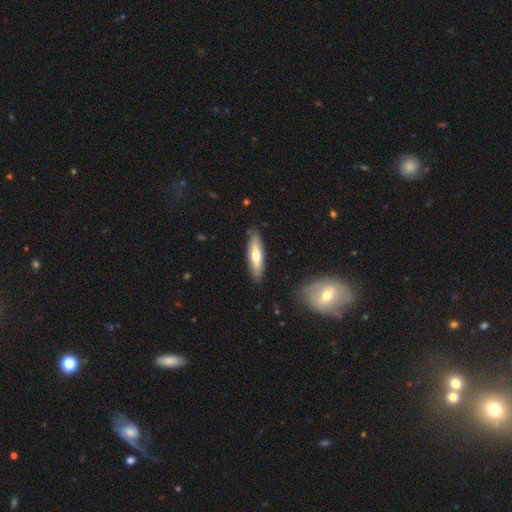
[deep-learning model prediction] Smooth or featured: smooth — 53% (featured or disk — 41%)
How rounded: cigar-shaped — 64% (in between — 35%)
Merging: none — 86% (minor disturbance — 10%)